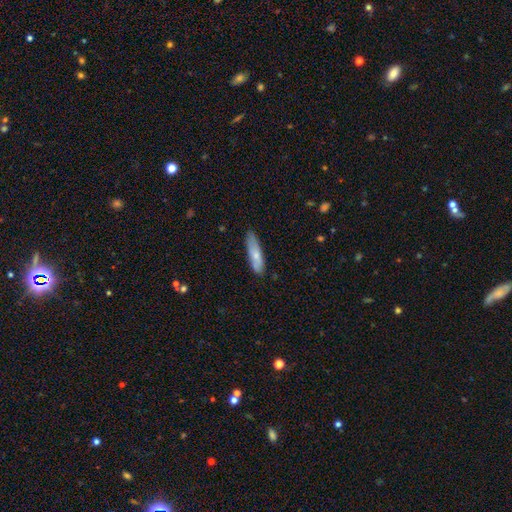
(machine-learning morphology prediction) A smooth galaxy with no disk features (71%) that is cigar-shaped (67%). Merging: none (73%).